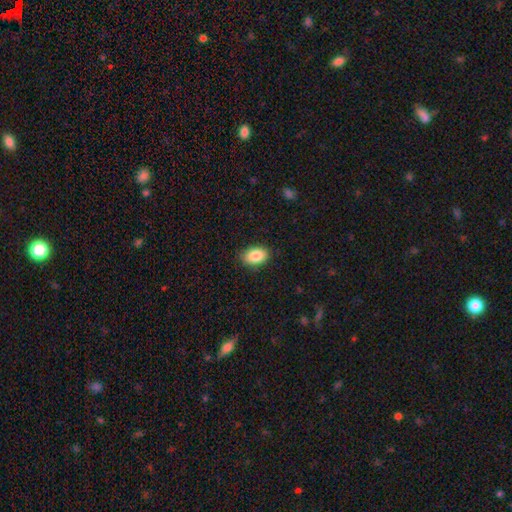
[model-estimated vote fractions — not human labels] smooth-or-featured: smooth: 87% | star or artifact: 7% | featured or disk: 6%
  how-rounded: in between: 89% | round: 10% | cigar-shaped: 1%
  merging: none: 86% | minor disturbance: 11% | major disturbance: 2% | merger: 1%